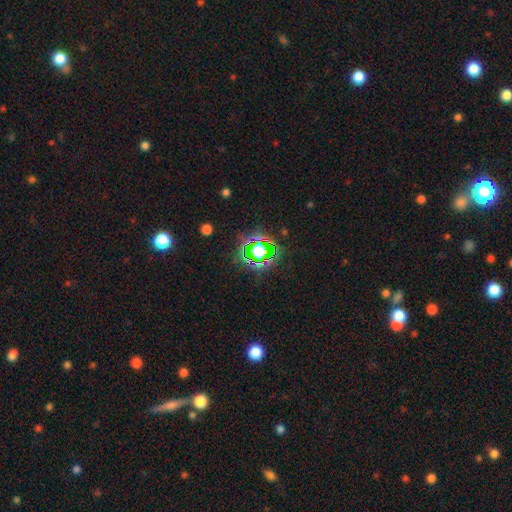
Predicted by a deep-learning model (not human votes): The model was most divided on "smooth or featured": star or artifact: 67%, smooth: 19%, featured or disk: 14%.